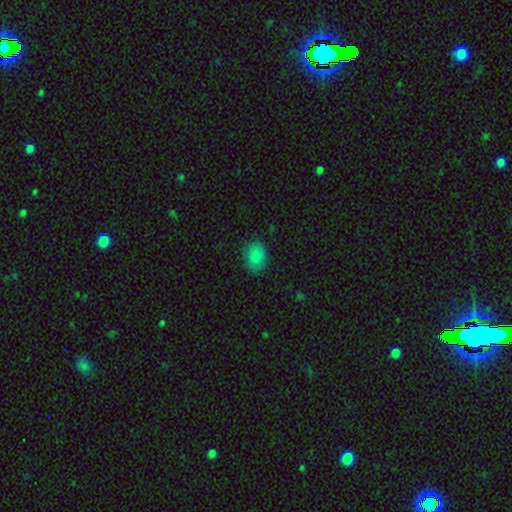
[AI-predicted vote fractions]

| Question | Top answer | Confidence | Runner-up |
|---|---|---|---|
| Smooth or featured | smooth | 85% | star or artifact (10%) |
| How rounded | in between | 53% | round (46%) |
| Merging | none | 81% | minor disturbance (14%) |